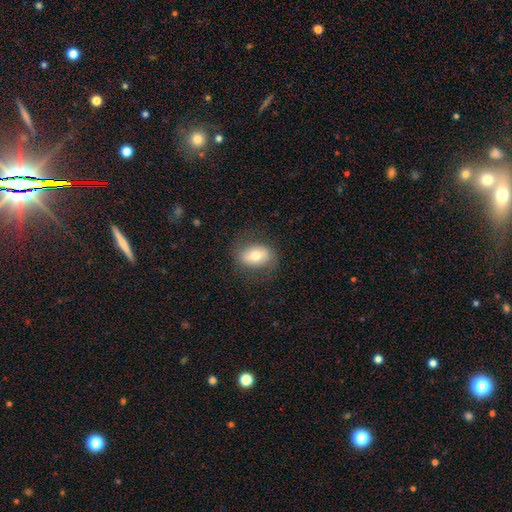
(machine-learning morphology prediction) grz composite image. It shows a smooth galaxy with no disk features (67%) that is in between round and cigar-shaped (78%). Merging: none (77%).